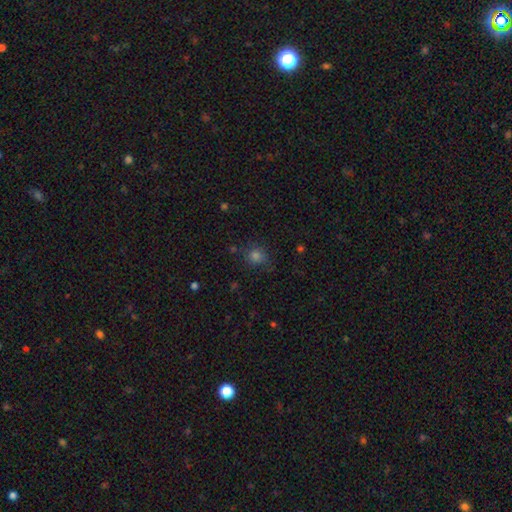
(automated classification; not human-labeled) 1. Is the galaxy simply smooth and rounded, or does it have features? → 72% smooth, 22% star or artifact, 6% featured or disk.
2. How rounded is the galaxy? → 82% round, 17% in between, 1% cigar-shaped.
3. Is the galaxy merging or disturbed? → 78% none, 15% minor disturbance, 5% major disturbance, 3% merger.